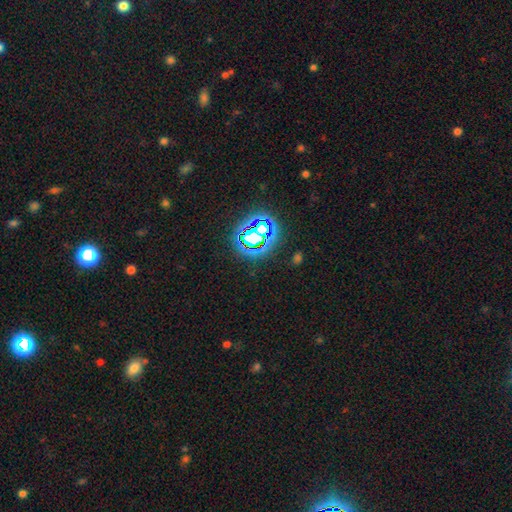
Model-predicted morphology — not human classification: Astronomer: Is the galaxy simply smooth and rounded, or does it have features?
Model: star or artifact — 73%.